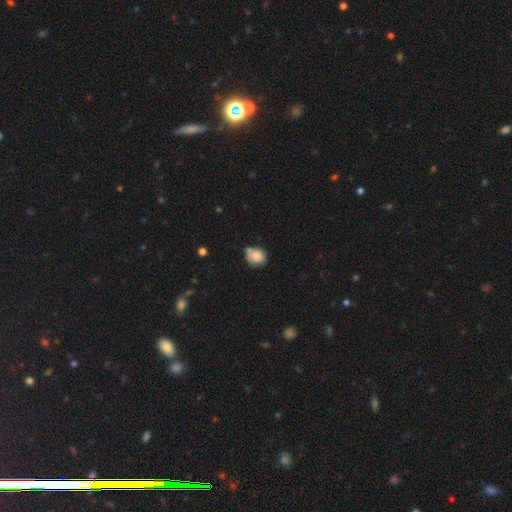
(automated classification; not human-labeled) Q: Smooth or featured?
A: smooth (79%); runner-up: featured or disk (12%)
Q: How rounded?
A: round (69%); runner-up: in between (30%)
Q: Merging?
A: none (50%); runner-up: minor disturbance (26%)